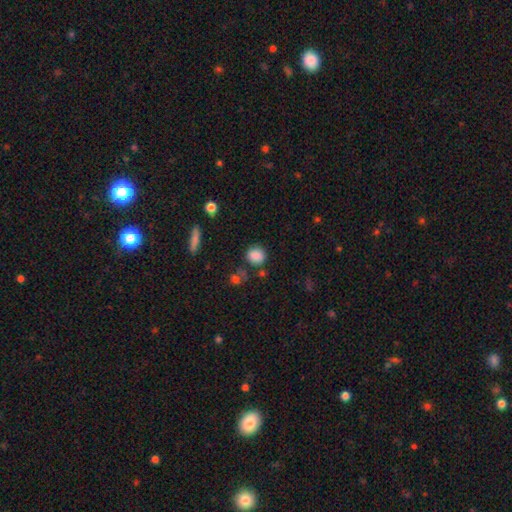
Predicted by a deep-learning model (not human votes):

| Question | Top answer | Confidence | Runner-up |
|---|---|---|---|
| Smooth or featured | smooth | 84% | star or artifact (10%) |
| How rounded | round | 74% | in between (25%) |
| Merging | none | 74% | minor disturbance (16%) |